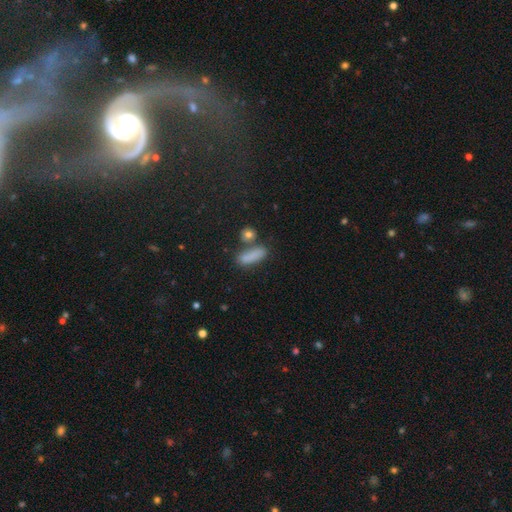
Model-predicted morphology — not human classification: Q: Smooth or featured?
A: smooth (56%); runner-up: star or artifact (24%)
Q: How rounded?
A: cigar-shaped (56%); runner-up: in between (37%)
Q: Merging?
A: none (64%); runner-up: minor disturbance (16%)